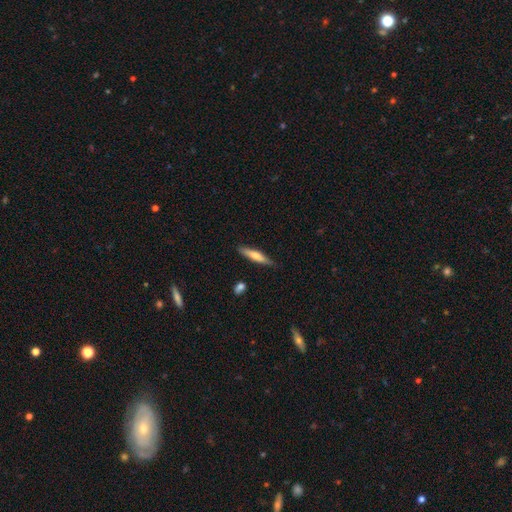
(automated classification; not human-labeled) Overall: smooth (59%; featured or disk 35%). How rounded: cigar-shaped (84%). Merging: none (85%).